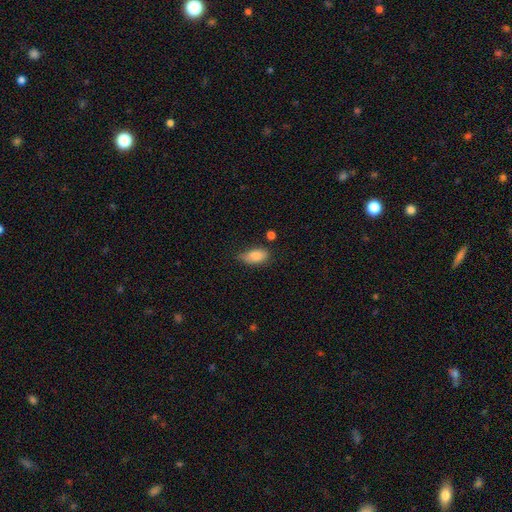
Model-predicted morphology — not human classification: smooth_or_featured: smooth (p=0.84) [alt: featured or disk p=0.08]
how_rounded: in between (p=0.89) [alt: cigar-shaped p=0.07]
merging: none (p=0.51) [alt: minor disturbance p=0.36]